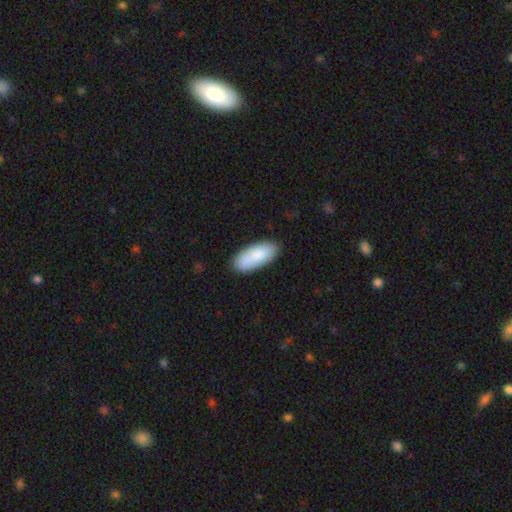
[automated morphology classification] smooth_or_featured: smooth (p=0.84) [alt: featured or disk p=0.10]
how_rounded: in between (p=0.86) [alt: cigar-shaped p=0.12]
merging: none (p=0.82) [alt: minor disturbance p=0.13]